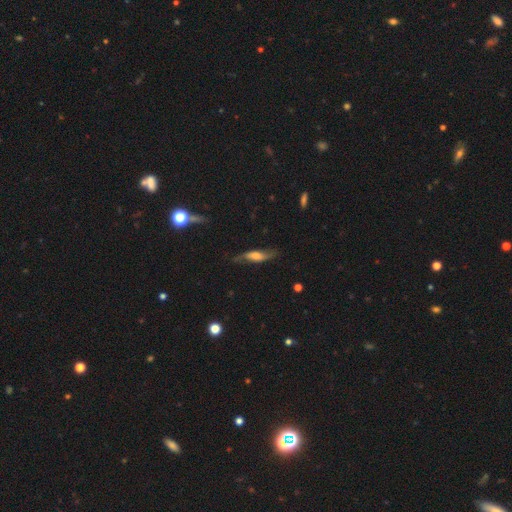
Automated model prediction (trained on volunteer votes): A featured or disk galaxy (58%). Merging: none (69%).